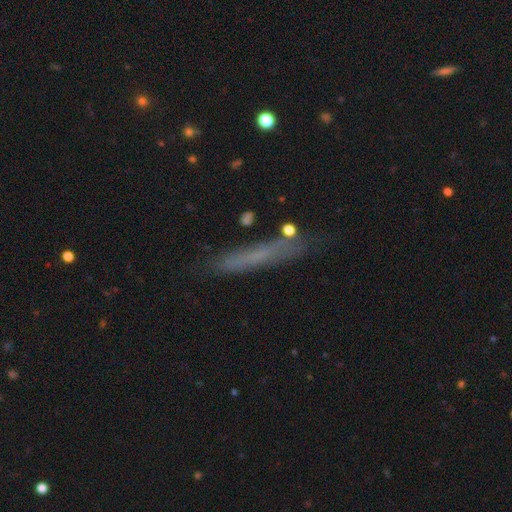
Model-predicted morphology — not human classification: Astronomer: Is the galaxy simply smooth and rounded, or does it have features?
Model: smooth — 52% (runner-up: featured or disk, 30%).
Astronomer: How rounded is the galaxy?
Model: cigar-shaped — 92%.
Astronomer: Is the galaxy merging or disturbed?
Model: none — 79%.